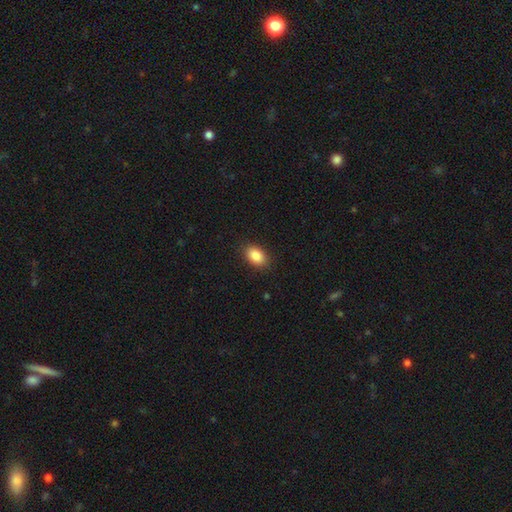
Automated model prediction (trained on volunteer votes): A smooth galaxy with no disk features (87%) that is in between round and cigar-shaped (86%). Merging: none (88%).